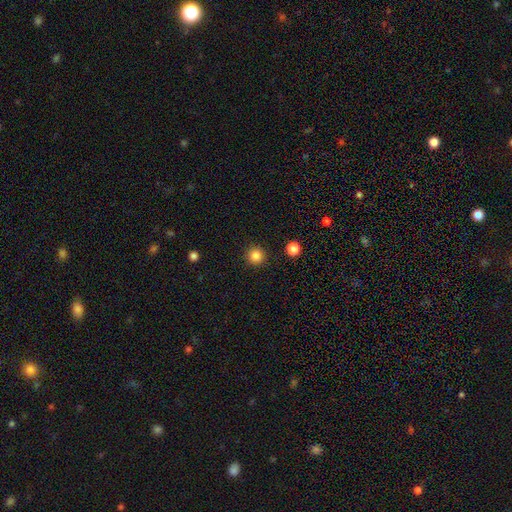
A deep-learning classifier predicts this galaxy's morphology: This appears to be a smooth galaxy with no disk features (85%) that is round (96%). Merging: none (92%).